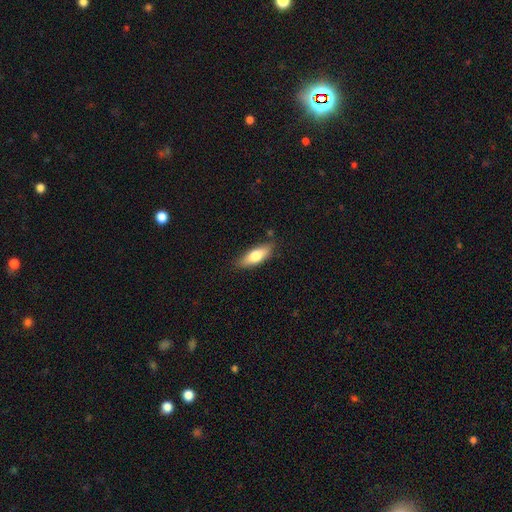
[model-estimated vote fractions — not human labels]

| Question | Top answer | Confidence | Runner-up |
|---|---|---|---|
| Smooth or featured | smooth | 73% | featured or disk (21%) |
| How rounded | in between | 65% | cigar-shaped (33%) |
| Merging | none | 80% | minor disturbance (15%) |